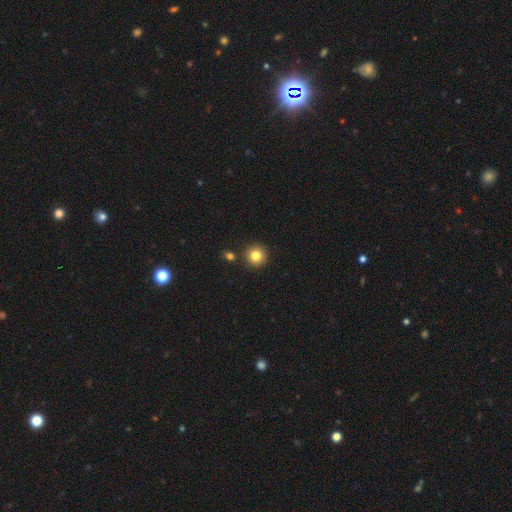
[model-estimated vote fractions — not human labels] Morphology: type=smooth (83%); roundness=round (94%); merging=none (88%).